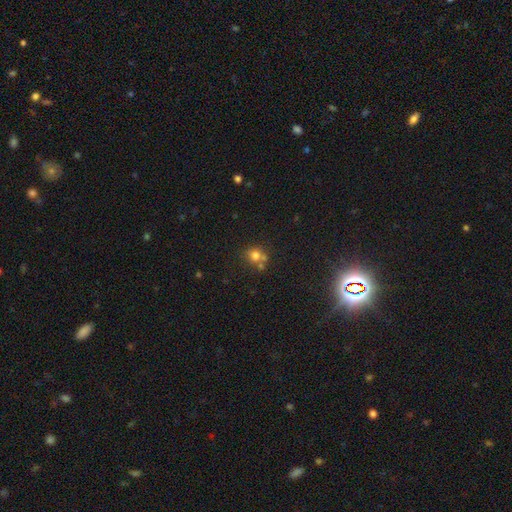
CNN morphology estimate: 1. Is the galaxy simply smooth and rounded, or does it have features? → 71% smooth, 16% star or artifact, 12% featured or disk.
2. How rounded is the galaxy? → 81% round, 18% in between, 1% cigar-shaped.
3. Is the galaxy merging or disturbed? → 54% none, 31% merger, 11% minor disturbance, 4% major disturbance.